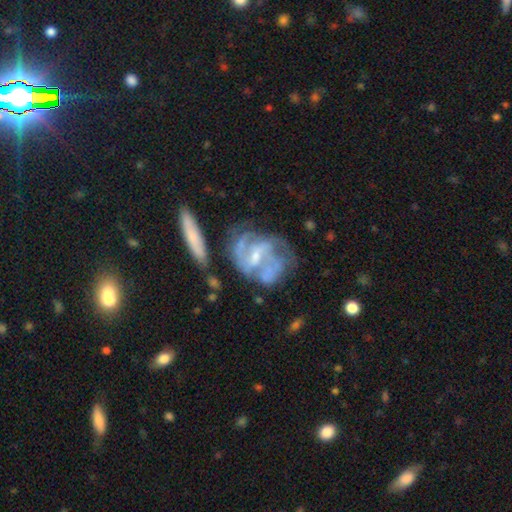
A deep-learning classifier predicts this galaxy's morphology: Smooth or featured?
  - featured or disk: 79% *
  - smooth: 14%
  - star or artifact: 7%
Edge-on disk?
  - no: 96% *
  - yes: 4%
Bar?
  - weak: 45% *
  - no: 36%
  - strong: 19%
Spiral arms?
  - yes: 82% *
  - no: 18%
Spiral winding?
  - medium: 46% *
  - tight: 34%
  - loose: 20%
Spiral arm count?
  - can't tell: 31% * (tied)
  - 2: 31% * (tied)
  - 3: 23%
  - 4: 7%
  - 1: 4%
  - more than 4: 3%
Bulge size?
  - small: 53% *
  - moderate: 35%
  - none: 9%
  - large: 2%
  - dominant: 1%
Merging?
  - none: 43% *
  - major disturbance: 23%
  - minor disturbance: 20%
  - merger: 14%